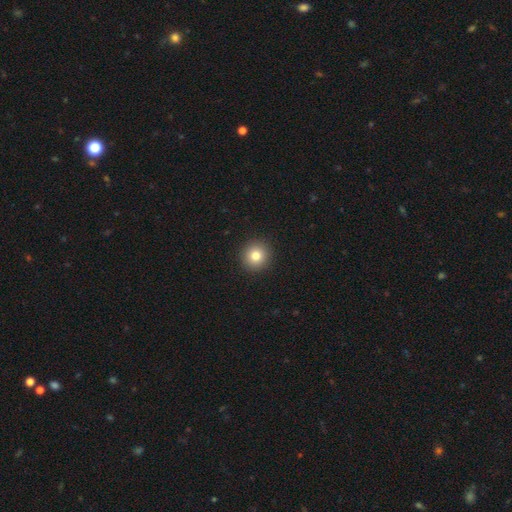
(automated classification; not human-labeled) Q: Smooth or featured?
A: smooth (81%); runner-up: star or artifact (11%)
Q: How rounded?
A: round (93%); runner-up: in between (6%)
Q: Merging?
A: none (93%); runner-up: minor disturbance (5%)